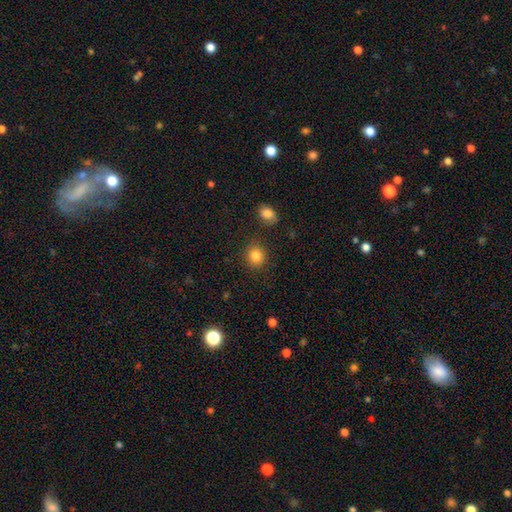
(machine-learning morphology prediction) Smooth or featured?
  - smooth: 84% *
  - star or artifact: 11%
  - featured or disk: 5%
How rounded?
  - round: 80% *
  - in between: 19%
  - cigar-shaped: 1%
Merging?
  - none: 85% *
  - minor disturbance: 9%
  - merger: 3%
  - major disturbance: 3%